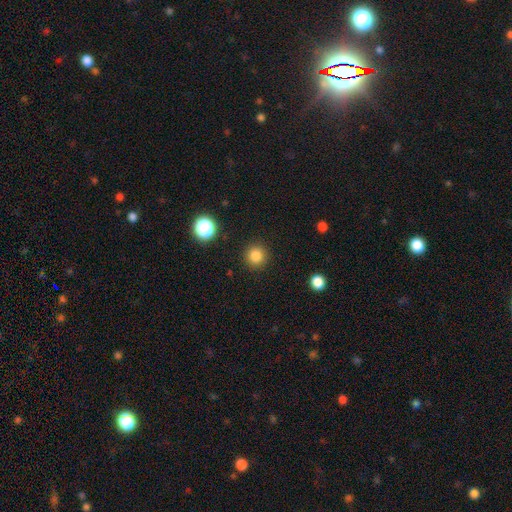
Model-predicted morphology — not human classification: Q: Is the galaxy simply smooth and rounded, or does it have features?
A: smooth — 83%.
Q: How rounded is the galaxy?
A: round — 95%.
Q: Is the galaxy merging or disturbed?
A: none — 91%.